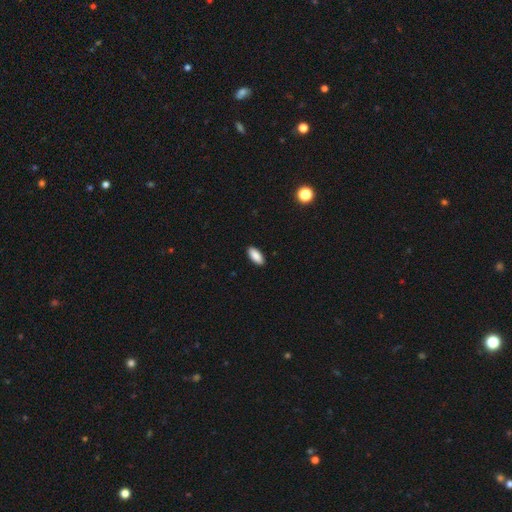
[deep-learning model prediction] Smooth or featured? smooth (89%)
How rounded? in between (87%)
Merging? none (91%)